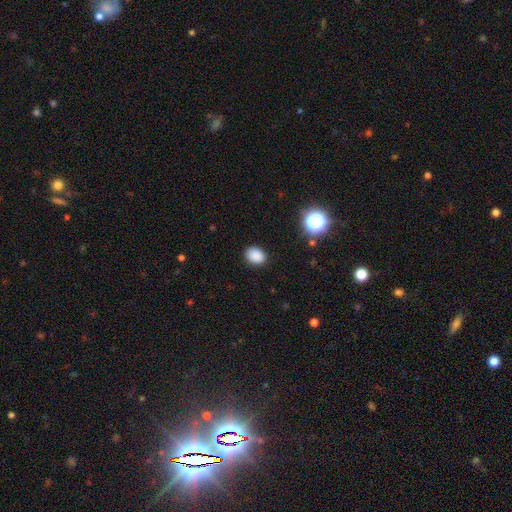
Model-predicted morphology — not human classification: Smooth or featured? Predicted: smooth (p=0.86). How rounded? Predicted: round (p=0.50). Merging? Predicted: none (p=0.89).